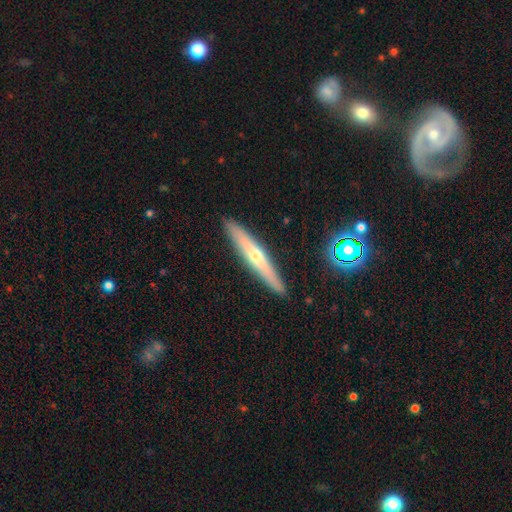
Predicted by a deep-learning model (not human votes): This appears to be a featured or disk galaxy (56%) viewed edge-on (93%) with a rounded central bulge (74%). Merging: none (91%).